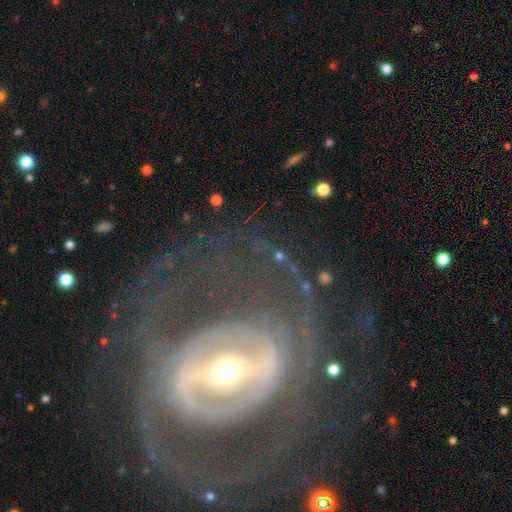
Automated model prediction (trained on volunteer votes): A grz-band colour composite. It shows a featured or disk galaxy (86%) with a strong bar (71%), 2 (44%) tight (50%) spiral arms (78%) and a moderate central bulge (46%, tied with small). Merging: none (64%).